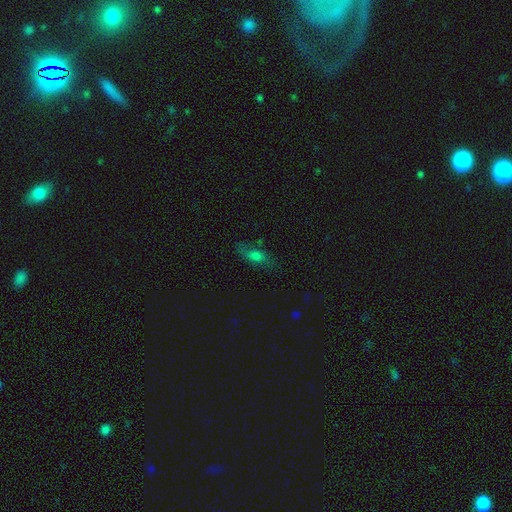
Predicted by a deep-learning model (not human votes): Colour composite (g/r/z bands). It shows a smooth galaxy with no disk features (59%) that is in between round and cigar-shaped (69%). Merging: none (69%).